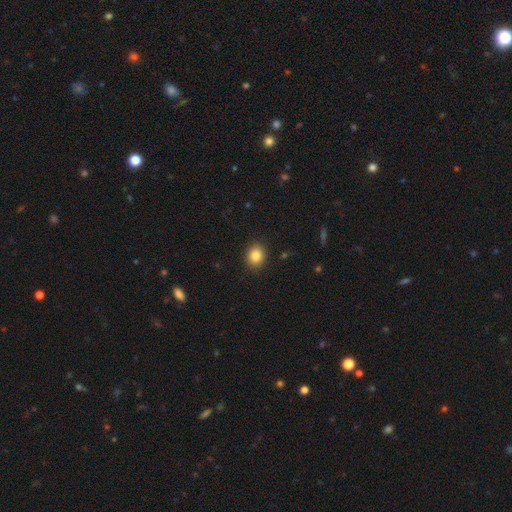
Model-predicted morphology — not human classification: A smooth galaxy with no disk features (84%) that is round (61%).

Vote fractions:
- Smooth or featured? smooth: 84% / star or artifact: 10% / featured or disk: 6%
- How rounded? round: 61% / in between: 38% / cigar-shaped: 1%
- Merging? none: 90% / minor disturbance: 7% / major disturbance: 2% / merger: 1%